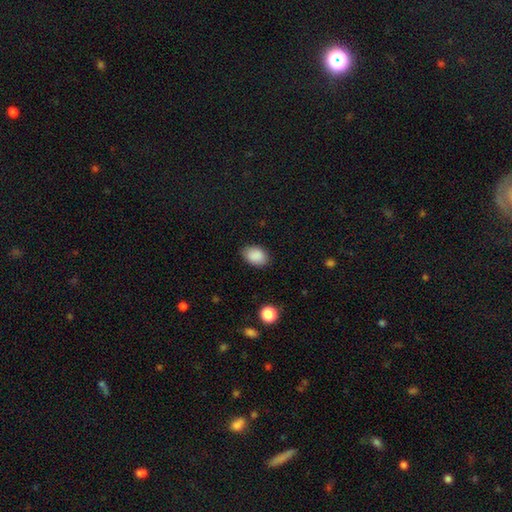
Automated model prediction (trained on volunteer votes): Overall: smooth (89%). How rounded: in between (82%). Merging: none (84%).